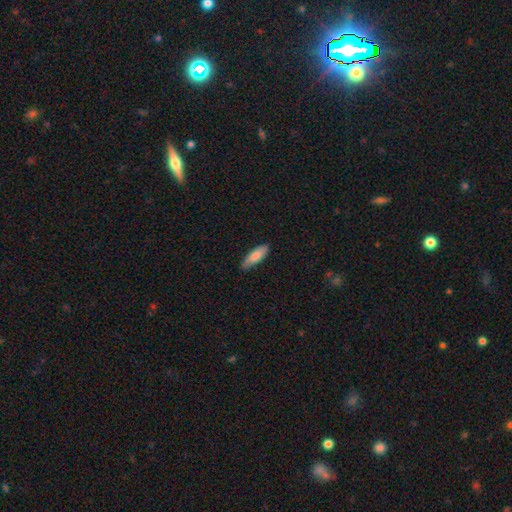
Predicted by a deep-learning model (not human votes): The model was most divided on "how rounded": in between: 54%, cigar-shaped: 45%, round: 2%. More confident: merging — none (84%); smooth or featured — smooth (80%).